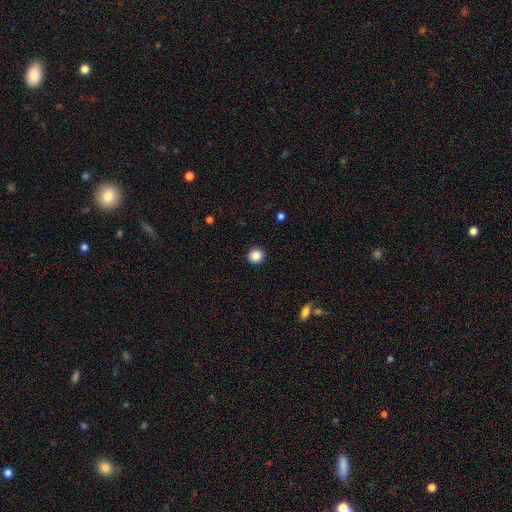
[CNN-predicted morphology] Overall: smooth (87%). How rounded: round (94%). Merging: none (93%).